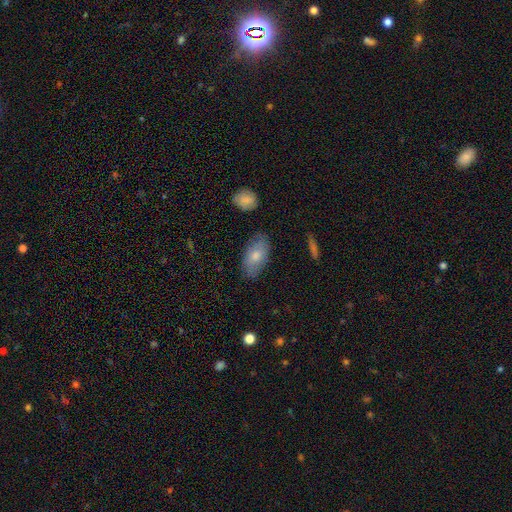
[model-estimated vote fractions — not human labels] smooth-or-featured: smooth: 72% | featured or disk: 21% | star or artifact: 6%
  how-rounded: in between: 93% | round: 4% | cigar-shaped: 3%
  merging: none: 78% | minor disturbance: 17% | major disturbance: 3% | merger: 2%